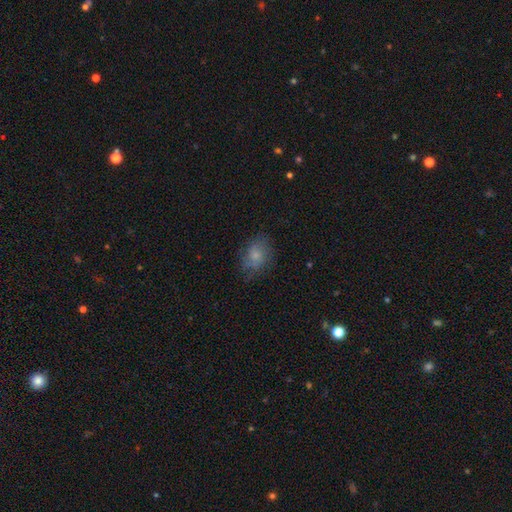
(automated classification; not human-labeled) Smooth or featured? Predicted: smooth (p=0.64). How rounded? Predicted: in between (p=0.62). Merging? Predicted: none (p=0.65).